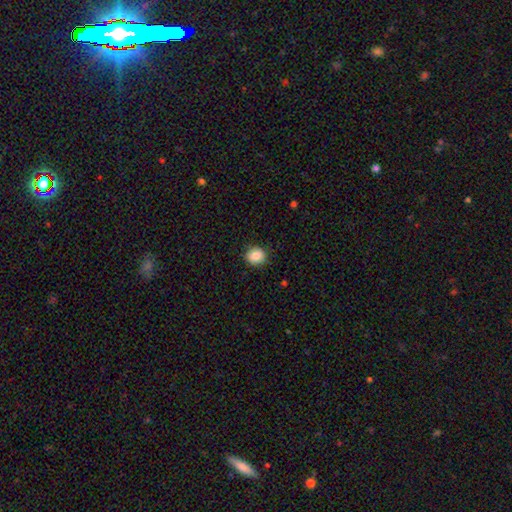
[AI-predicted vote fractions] The model was most divided on "how rounded": round: 79%, in between: 20%, cigar-shaped: 1%. More confident: merging — none (88%); smooth or featured — smooth (87%).